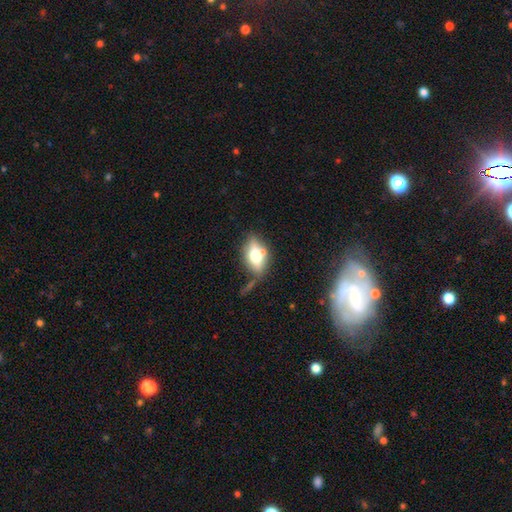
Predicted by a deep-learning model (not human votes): Overall: smooth (54%; featured or disk 37%). How rounded: in between (81%). Merging: none (59%).